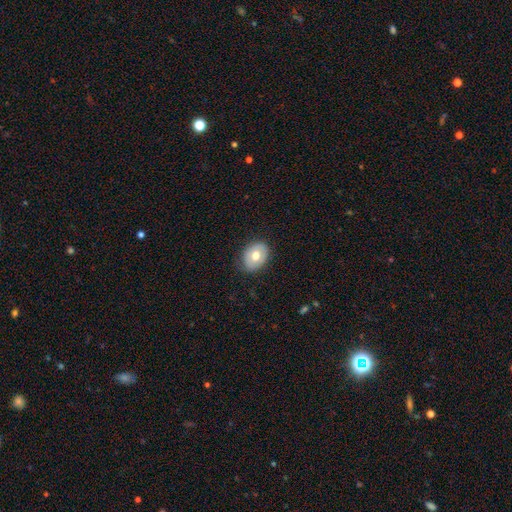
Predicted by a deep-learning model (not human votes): smooth-or-featured: smooth: 65% | featured or disk: 27% | star or artifact: 7%
  how-rounded: in between: 62% | round: 37% | cigar-shaped: 1%
  merging: none: 81% | minor disturbance: 14% | major disturbance: 3% | merger: 1%